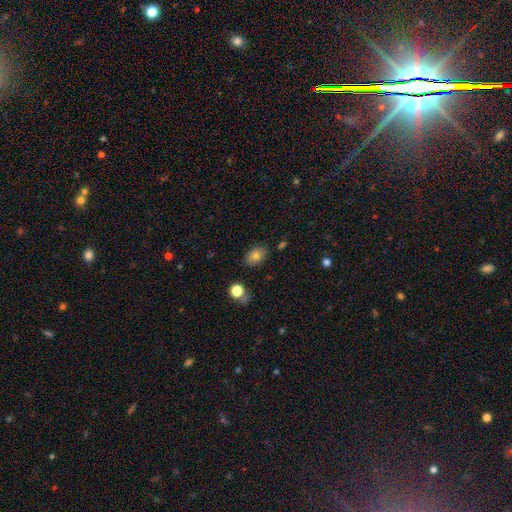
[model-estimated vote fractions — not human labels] This is likely a smooth galaxy (79%). How rounded: likely in between (79%). Merging: clearly none (82%).